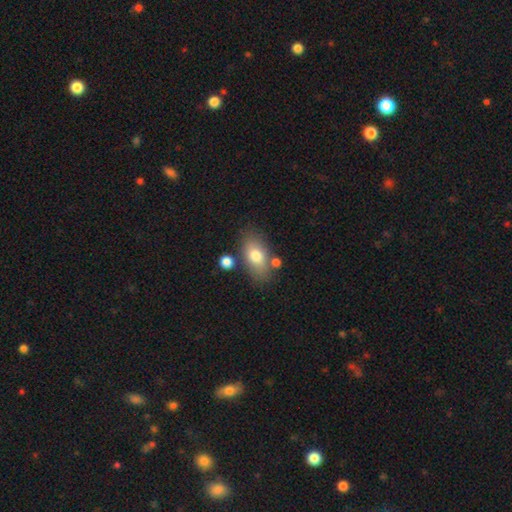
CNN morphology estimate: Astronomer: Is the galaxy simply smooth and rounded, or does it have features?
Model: smooth — 75%.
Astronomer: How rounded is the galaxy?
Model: in between — 89%.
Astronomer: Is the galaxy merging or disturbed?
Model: none — 71%.